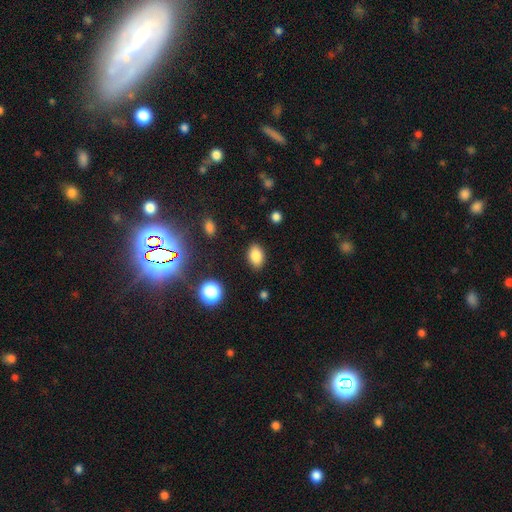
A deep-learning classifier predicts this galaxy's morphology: This is clearly a smooth galaxy (84%). How rounded: clearly in between (85%). Merging: clearly none (87%).